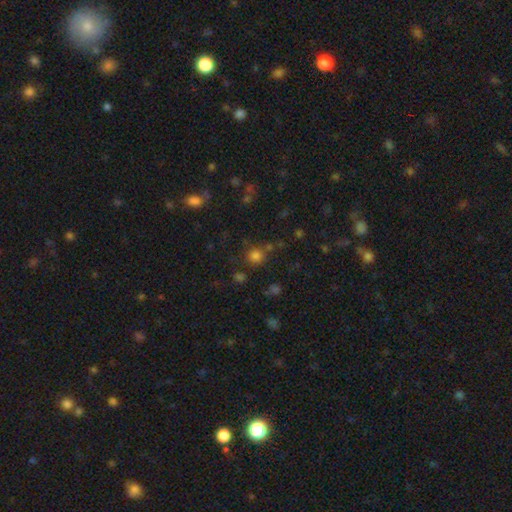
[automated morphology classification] Smooth or featured?
  - smooth: 76% *
  - star or artifact: 19%
  - featured or disk: 5%
How rounded?
  - round: 90% *
  - in between: 9%
  - cigar-shaped: 1%
Merging?
  - none: 75% *
  - minor disturbance: 10%
  - merger: 10%
  - major disturbance: 4%